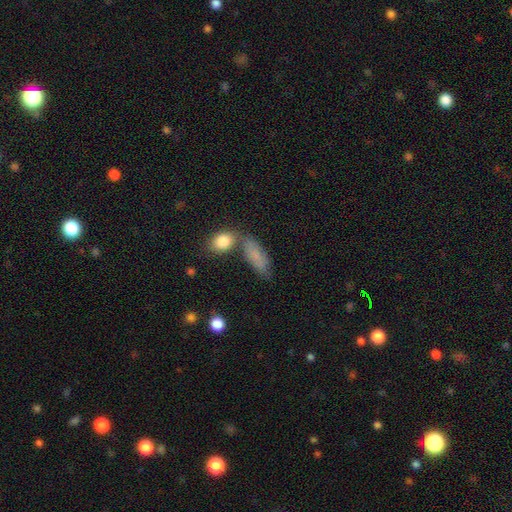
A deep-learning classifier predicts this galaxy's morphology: smooth-or-featured: smooth: 77% | featured or disk: 14% | star or artifact: 9%
  how-rounded: in between: 73% | cigar-shaped: 22% | round: 6%
  merging: none: 51% | merger: 24% | minor disturbance: 18% | major disturbance: 7%